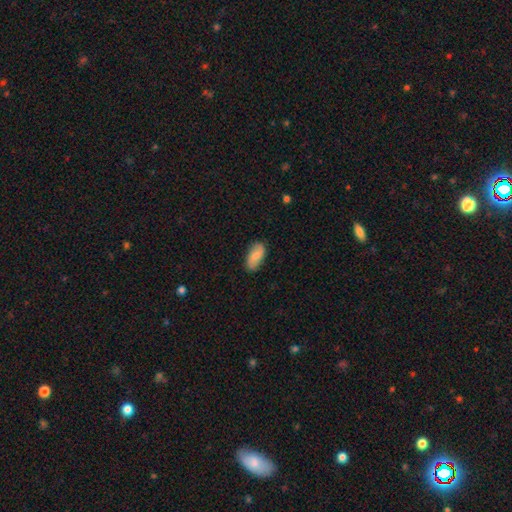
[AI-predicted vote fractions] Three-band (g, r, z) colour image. It shows a smooth galaxy with no disk features (66%) that is in between round and cigar-shaped (92%). Merging: none (81%).